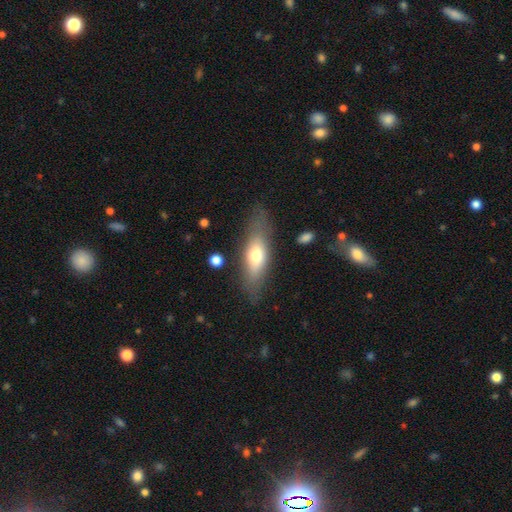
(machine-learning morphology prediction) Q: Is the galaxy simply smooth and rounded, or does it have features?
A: smooth — 60%.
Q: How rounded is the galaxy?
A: in between — 53%.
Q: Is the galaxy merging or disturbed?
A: none — 76%.